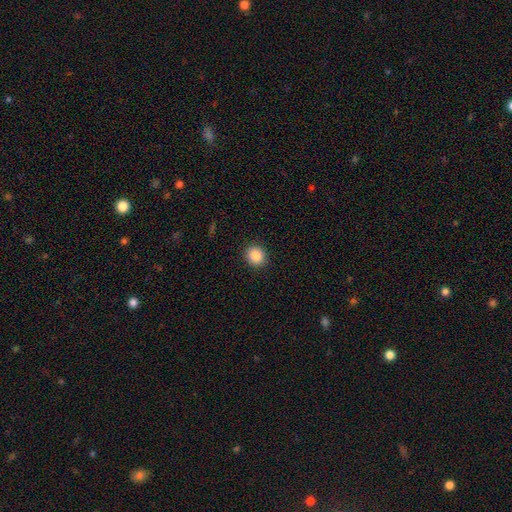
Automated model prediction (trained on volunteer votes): Q: Smooth or featured?
A: smooth (87%); runner-up: star or artifact (9%)
Q: How rounded?
A: round (76%); runner-up: in between (23%)
Q: Merging?
A: none (91%); runner-up: minor disturbance (6%)